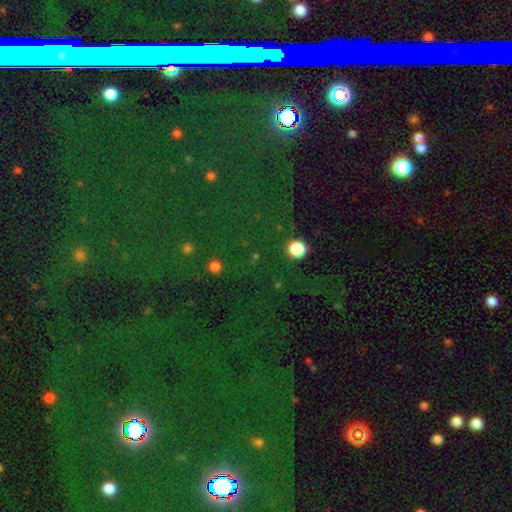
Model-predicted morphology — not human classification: type=star or artifact (74%).